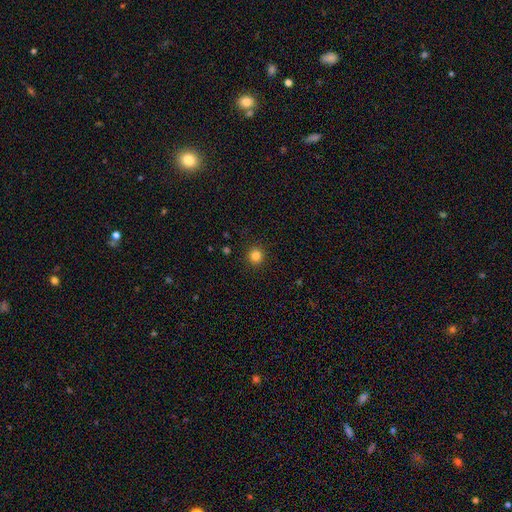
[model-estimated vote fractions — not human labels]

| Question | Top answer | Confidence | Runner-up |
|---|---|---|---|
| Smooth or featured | smooth | 83% | star or artifact (12%) |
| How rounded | round | 94% | in between (5%) |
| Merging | none | 93% | minor disturbance (5%) |